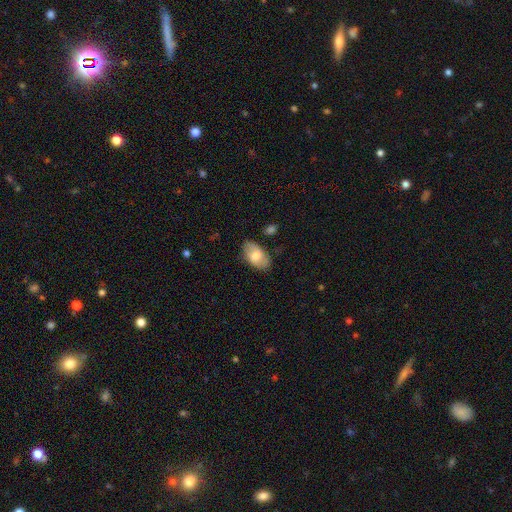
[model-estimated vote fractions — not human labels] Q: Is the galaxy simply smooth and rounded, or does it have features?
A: smooth — 72%.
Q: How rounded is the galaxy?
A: in between — 94%.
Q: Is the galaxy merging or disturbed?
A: none — 75%.